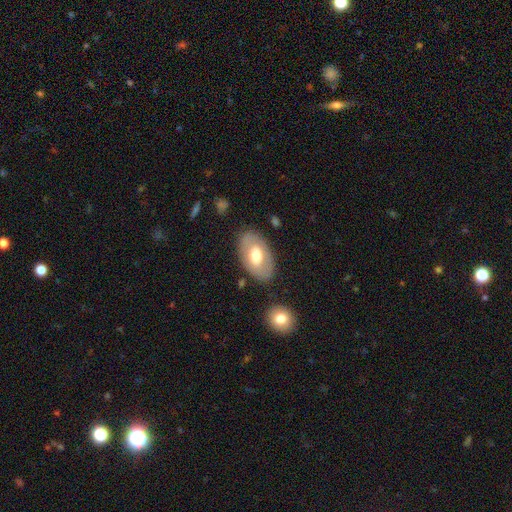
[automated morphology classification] This appears to be a smooth galaxy with no disk features (56%) that is in between round and cigar-shaped (91%). Merging: none (79%).